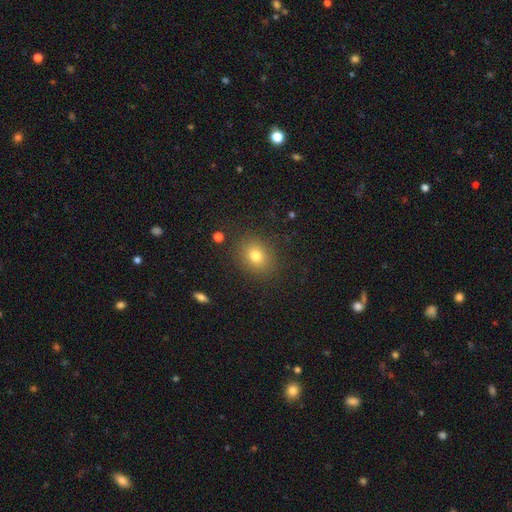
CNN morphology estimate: smooth 77%, star or artifact 13%, featured or disk 10%. Down the decision tree: how rounded — round (55%); merging — none (86%).